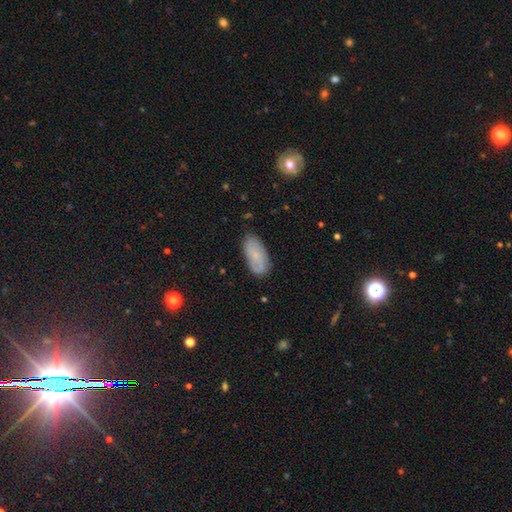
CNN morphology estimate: Smooth or featured?
  - smooth: 60% *
  - featured or disk: 31%
  - star or artifact: 8%
How rounded?
  - in between: 91% *
  - cigar-shaped: 6%
  - round: 3%
Merging?
  - none: 77% *
  - minor disturbance: 17%
  - major disturbance: 4%
  - merger: 2%